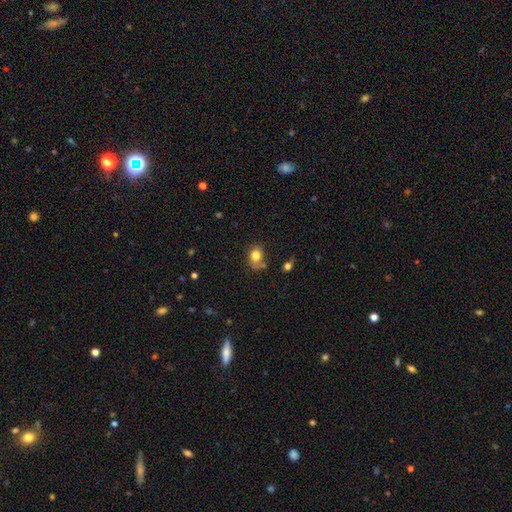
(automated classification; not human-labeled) This appears to be a smooth galaxy with no disk features (78%) that is in between round and cigar-shaped (59%). Merging: none (50%).